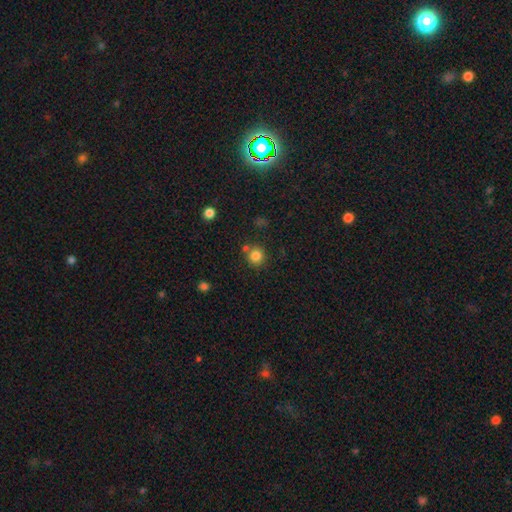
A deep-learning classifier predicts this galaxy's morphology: Smooth or featured: smooth — 83% (star or artifact — 12%)
How rounded: round — 92% (in between — 7%)
Merging: none — 75% (merger — 13%)